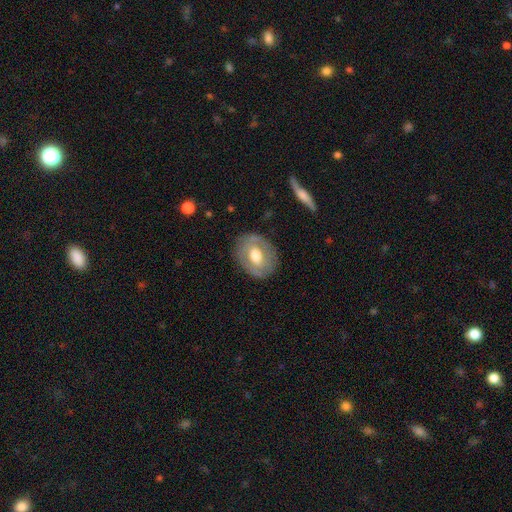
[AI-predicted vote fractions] featured or disk 48%, smooth 46%, star or artifact 6%. Down the decision tree: merging — none (82%).